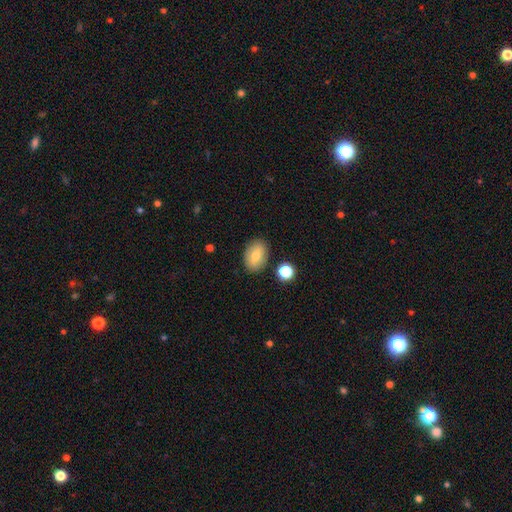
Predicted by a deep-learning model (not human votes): smooth 75%, featured or disk 16%, star or artifact 8%. Down the decision tree: how rounded — in between (83%); merging — none (84%).